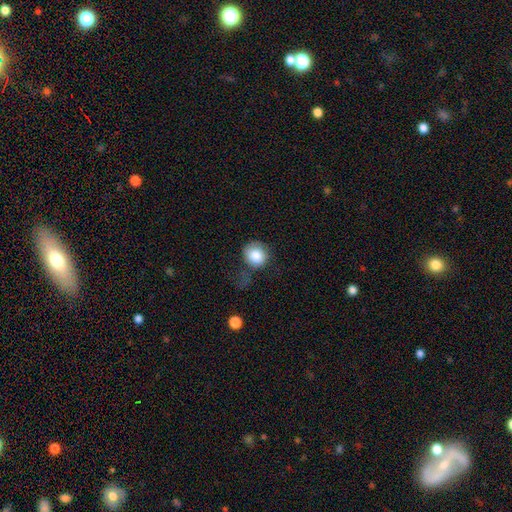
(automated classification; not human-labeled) This appears to be a smooth galaxy with no disk features (83%) that is round (82%). Merging: none (46%).